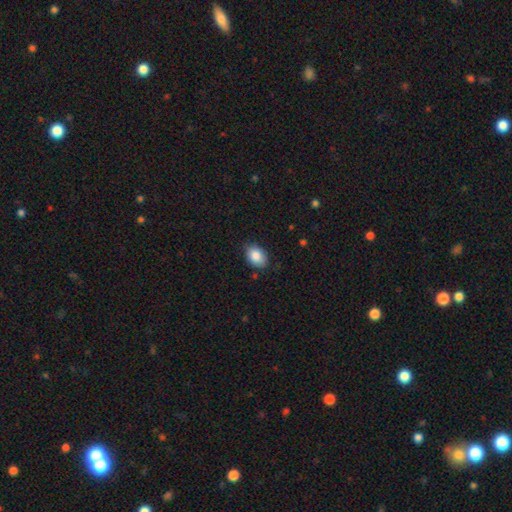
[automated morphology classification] This is clearly a smooth galaxy (86%). How rounded: clearly in between (82%). Merging: clearly none (82%).